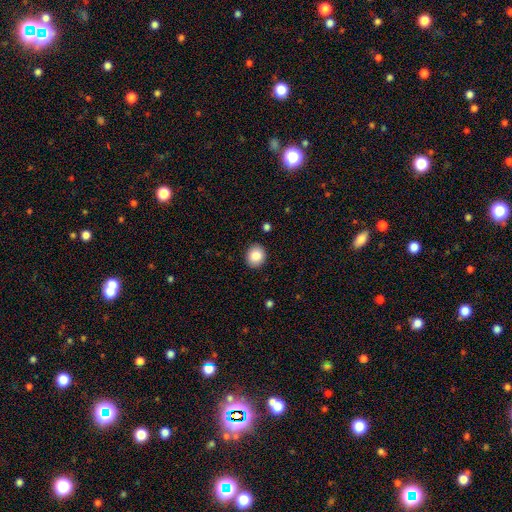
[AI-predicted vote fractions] Morphology: type=smooth (87%); roundness=round (73%); merging=none (90%).